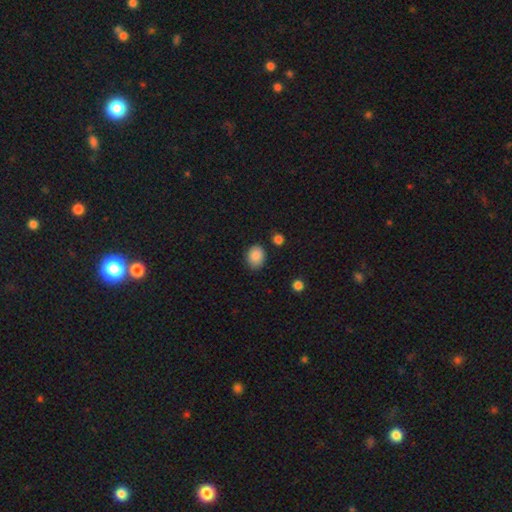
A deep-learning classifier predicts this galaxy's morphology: This appears to be a smooth galaxy with no disk features (88%) that is in between round and cigar-shaped (56%). Merging: none (81%).